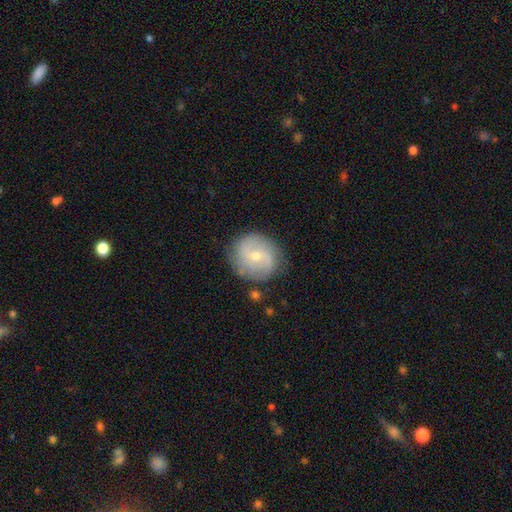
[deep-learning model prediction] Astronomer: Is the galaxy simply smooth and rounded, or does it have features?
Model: featured or disk — 66%.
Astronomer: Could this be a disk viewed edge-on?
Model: no — 97%.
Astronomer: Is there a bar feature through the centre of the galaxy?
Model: no — 49% (runner-up: weak, 41%).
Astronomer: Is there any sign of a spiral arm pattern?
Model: yes — 85%.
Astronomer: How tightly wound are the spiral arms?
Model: medium — 44% (runner-up: loose, 33%).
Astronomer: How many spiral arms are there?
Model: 2 — 82%.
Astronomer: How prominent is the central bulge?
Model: small — 56% (runner-up: moderate, 41%).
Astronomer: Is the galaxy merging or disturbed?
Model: none — 81%.